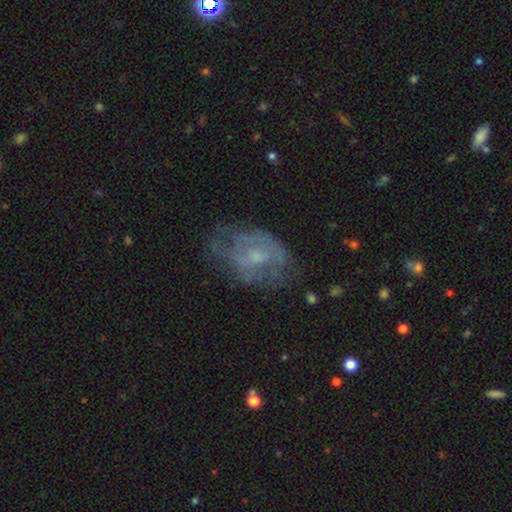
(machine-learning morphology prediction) type=featured or disk (60%); edge-on=no (96%); bar=no (63%); spiral arms=no (51%); bulge=small (50%); merging=none (50%).